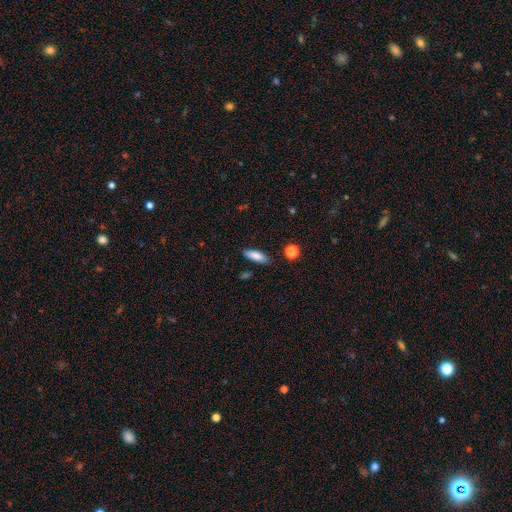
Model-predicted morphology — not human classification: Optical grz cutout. It shows a smooth galaxy with no disk features (84%) that is in between round and cigar-shaped (57%). Merging: none (84%).